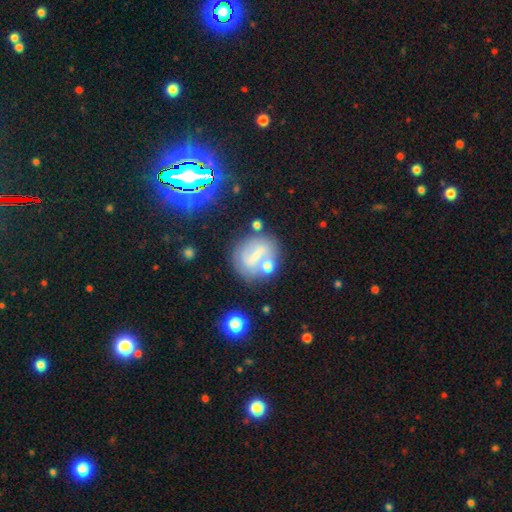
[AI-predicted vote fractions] Smooth or featured: featured or disk — 48% (smooth — 40%)
Merging: none — 61% (minor disturbance — 17%)